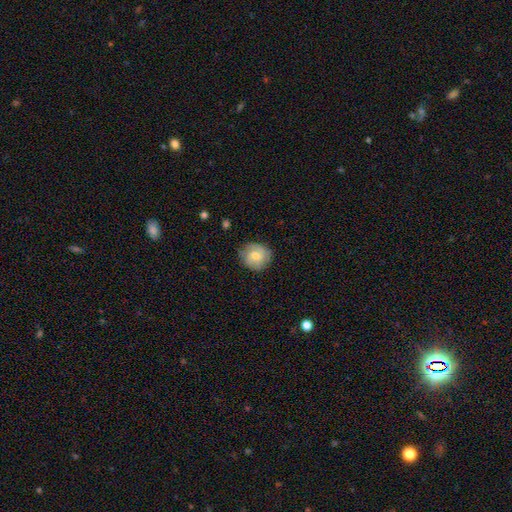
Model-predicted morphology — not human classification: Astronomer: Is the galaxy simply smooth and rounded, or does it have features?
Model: smooth — 57% (runner-up: featured or disk, 36%).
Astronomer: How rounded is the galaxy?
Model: round — 80%.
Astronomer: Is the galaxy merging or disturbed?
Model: none — 79%.